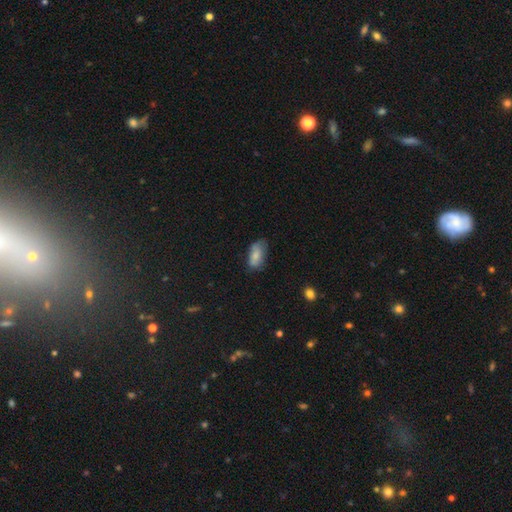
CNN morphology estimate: smooth_or_featured: smooth (p=0.78) [alt: featured or disk p=0.15]
how_rounded: in between (p=0.91) [alt: cigar-shaped p=0.05]
merging: none (p=0.56) [alt: minor disturbance p=0.33]